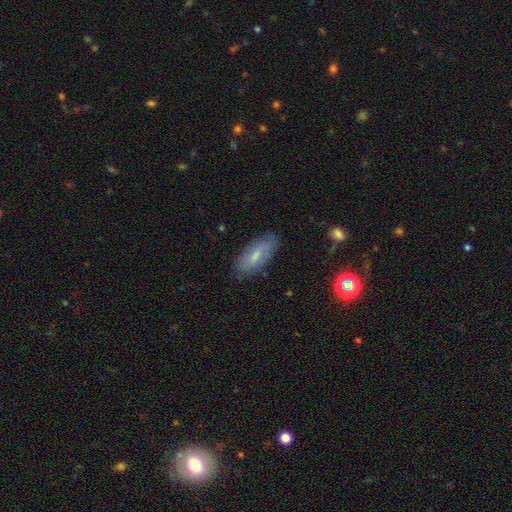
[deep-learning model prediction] This is possibly a smooth galaxy (58%). How rounded: clearly in between (81%). Merging: likely none (79%).